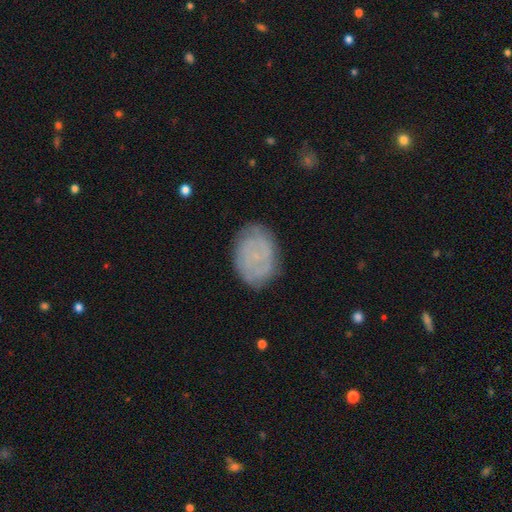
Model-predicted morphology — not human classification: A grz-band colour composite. It shows a featured or disk galaxy (54%) with no bar (75%), spiral arms (78%) and a small central bulge (63%). Merging: none (78%).